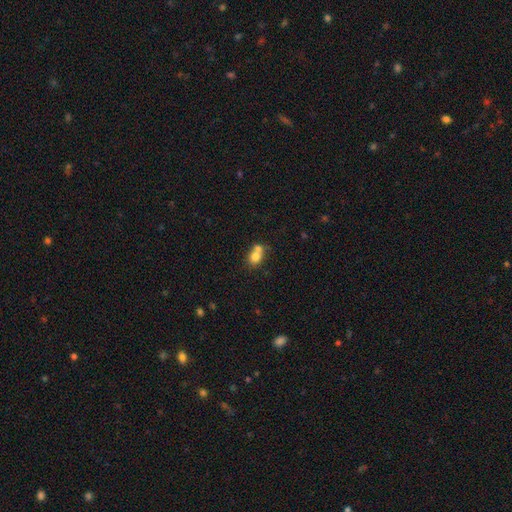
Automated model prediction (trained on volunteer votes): Smooth or featured: smooth — 75% (featured or disk — 15%)
How rounded: round — 52% (in between — 47%)
Merging: merger — 55% (none — 32%)